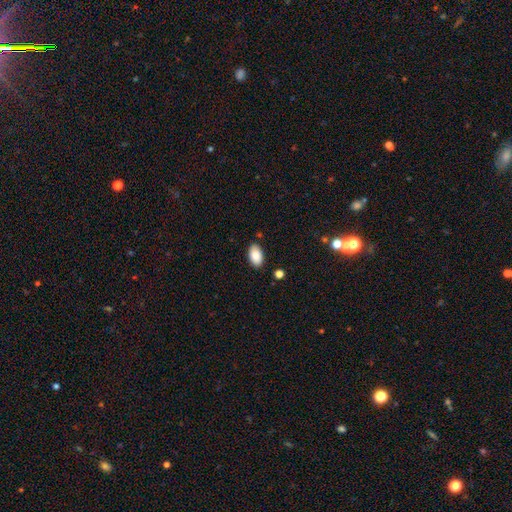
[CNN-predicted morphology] smooth 86%, star or artifact 7%, featured or disk 7%. Down the decision tree: how rounded — in between (94%); merging — none (86%).